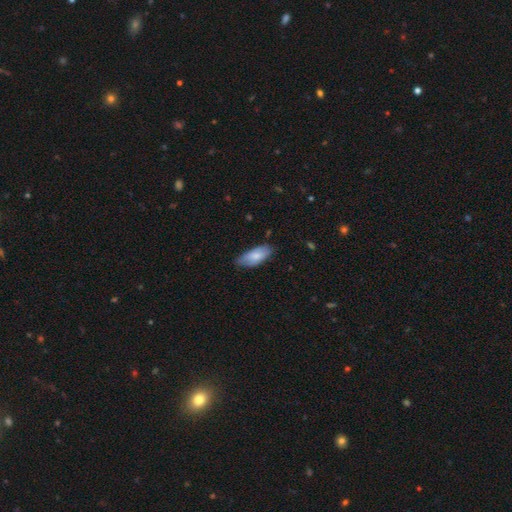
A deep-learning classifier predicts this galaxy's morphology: A smooth galaxy with no disk features (77%) that is in between round and cigar-shaped (84%). Merging: none (73%).